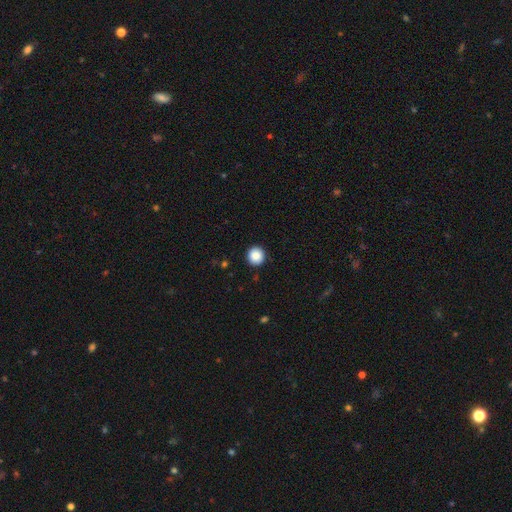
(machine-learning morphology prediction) type=smooth (88%); roundness=round (94%); merging=none (92%).